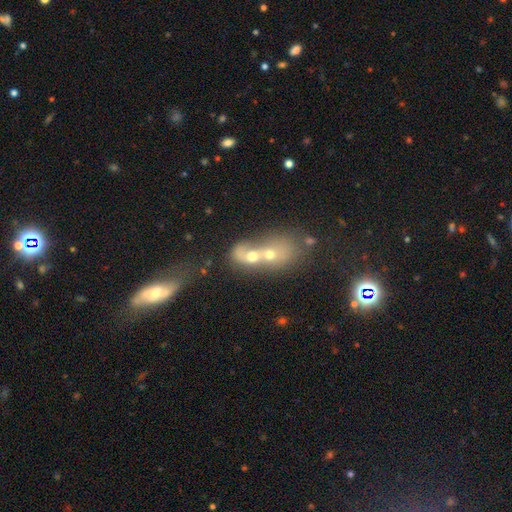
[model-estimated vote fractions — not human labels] Smooth or featured? Predicted: smooth (p=0.48). Merging? Predicted: merger (p=0.78).